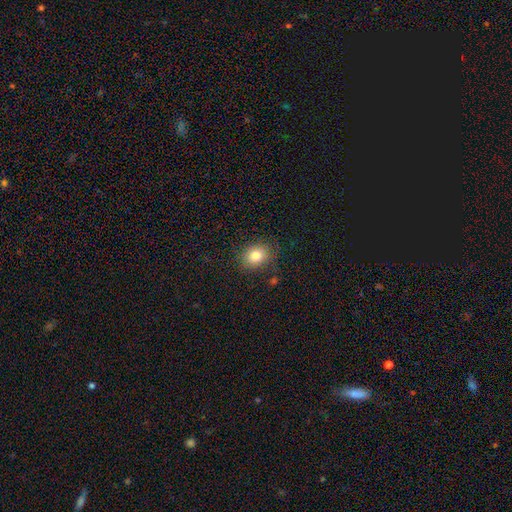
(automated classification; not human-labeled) The model was most divided on "how rounded": round: 58%, in between: 42%, cigar-shaped: 1%. More confident: merging — none (84%); smooth or featured — smooth (82%).